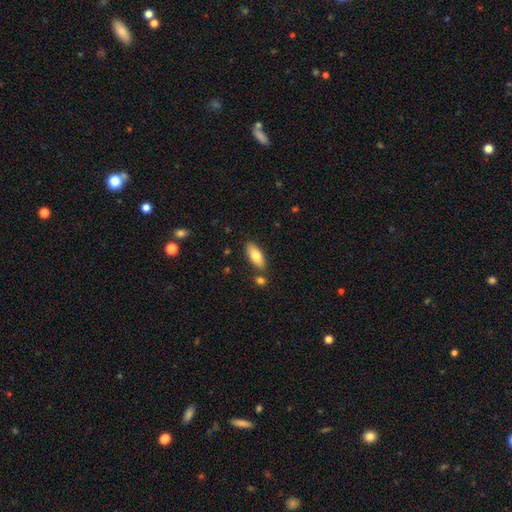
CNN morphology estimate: This appears to be a smooth galaxy with no disk features (76%) that is in between round and cigar-shaped (79%). Merging: none (80%).